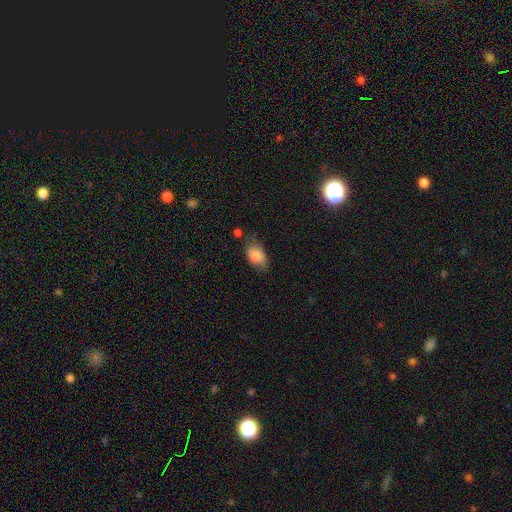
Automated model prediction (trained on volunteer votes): smooth-or-featured: smooth: 85% | star or artifact: 8% | featured or disk: 7%
  how-rounded: in between: 88% | round: 10% | cigar-shaped: 2%
  merging: none: 61% | minor disturbance: 28% | major disturbance: 8% | merger: 4%